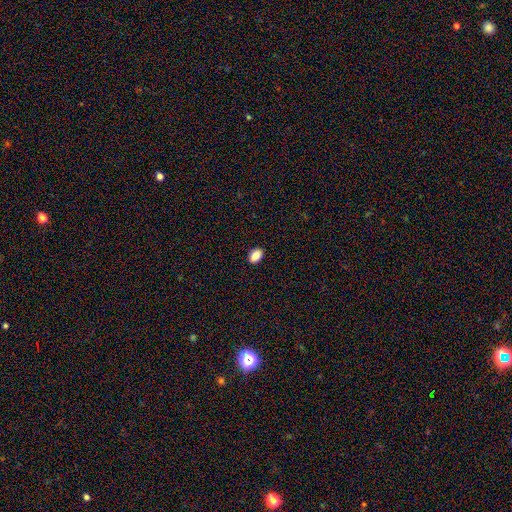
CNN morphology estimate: Overall: smooth (88%). How rounded: in between (85%). Merging: none (90%).